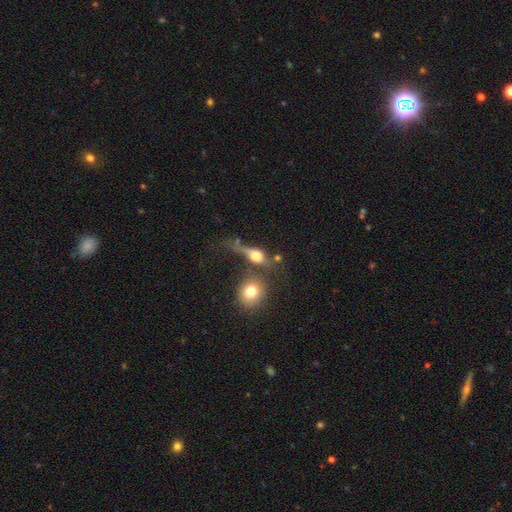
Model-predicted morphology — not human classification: smooth_or_featured: smooth (p=0.60) [alt: featured or disk p=0.26]
how_rounded: in between (p=0.51) [alt: round p=0.36]
merging: none (p=0.32) [alt: major disturbance p=0.26]